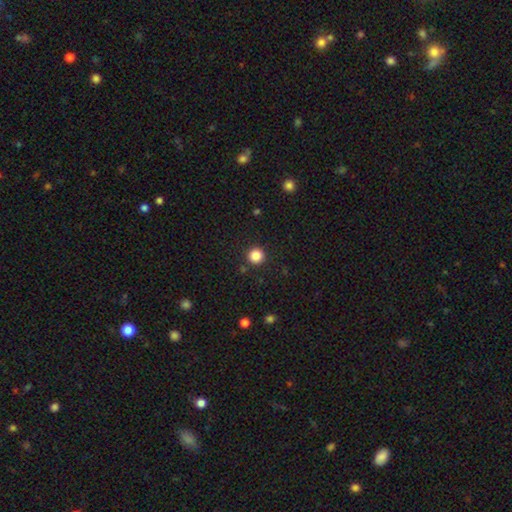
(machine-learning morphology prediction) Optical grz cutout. It shows a smooth galaxy with no disk features (85%) that is round (95%). Merging: none (91%).